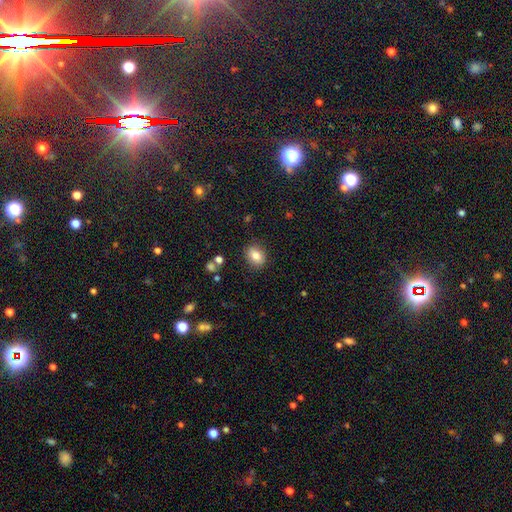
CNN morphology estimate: The model was most divided on "how rounded": in between: 63%, round: 36%, cigar-shaped: 1%. More confident: merging — none (86%); smooth or featured — smooth (82%).